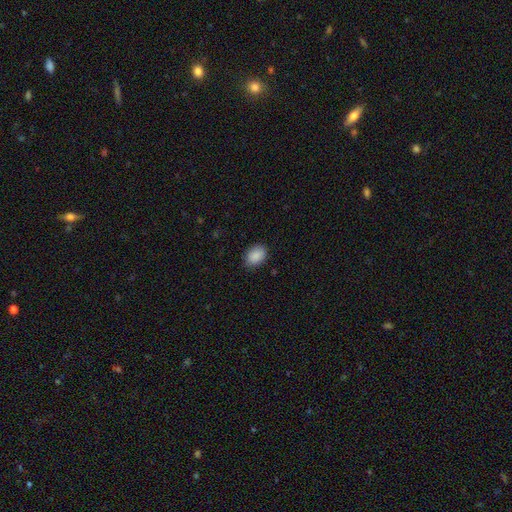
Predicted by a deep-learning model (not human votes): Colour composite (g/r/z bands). It shows a smooth galaxy with no disk features (89%) that is in between round and cigar-shaped (76%). Merging: none (86%).